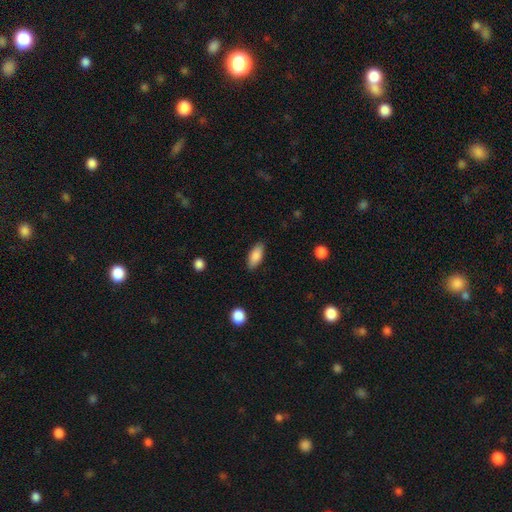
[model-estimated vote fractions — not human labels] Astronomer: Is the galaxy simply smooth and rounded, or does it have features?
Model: smooth — 87%.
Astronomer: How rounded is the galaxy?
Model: in between — 84%.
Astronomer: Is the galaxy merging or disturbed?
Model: none — 86%.